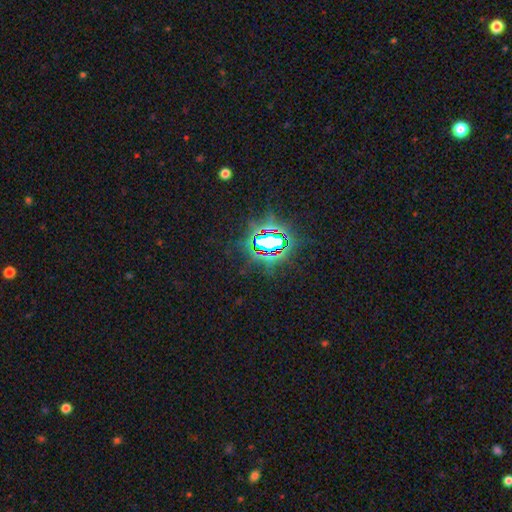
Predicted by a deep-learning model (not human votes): star or artifact 80%, smooth 11%, featured or disk 9%.